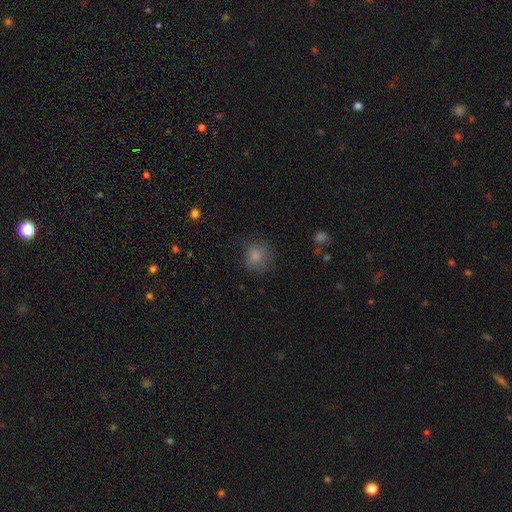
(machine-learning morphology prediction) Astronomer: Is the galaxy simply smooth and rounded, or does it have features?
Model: smooth — 79%.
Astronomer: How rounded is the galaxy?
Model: round — 75%.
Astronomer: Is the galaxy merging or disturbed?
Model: none — 68%.